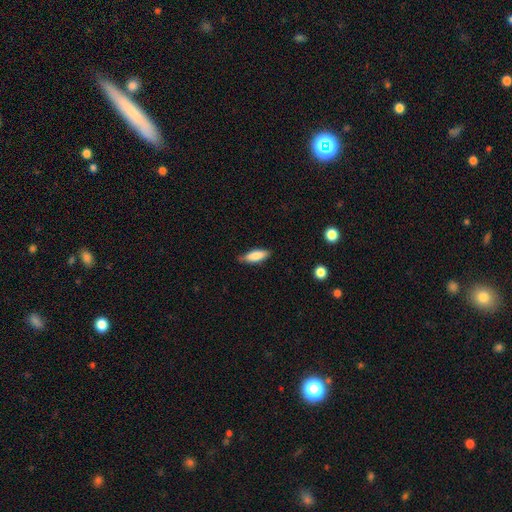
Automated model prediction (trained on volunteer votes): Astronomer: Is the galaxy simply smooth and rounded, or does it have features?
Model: smooth — 85%.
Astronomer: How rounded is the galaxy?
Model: in between — 69%.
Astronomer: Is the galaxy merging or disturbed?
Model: none — 75%.